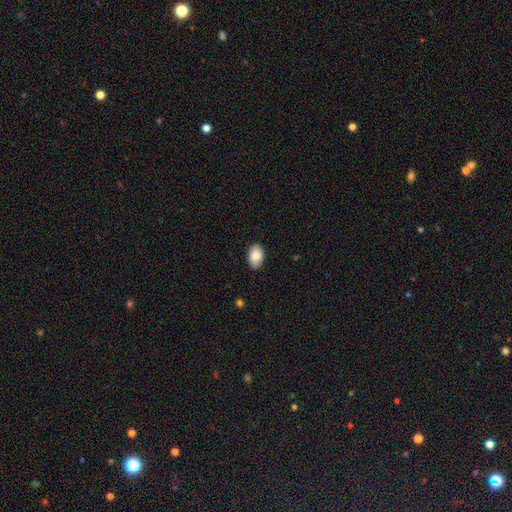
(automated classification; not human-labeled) smooth 88%, star or artifact 7%, featured or disk 6%. Down the decision tree: how rounded — in between (91%); merging — none (87%).